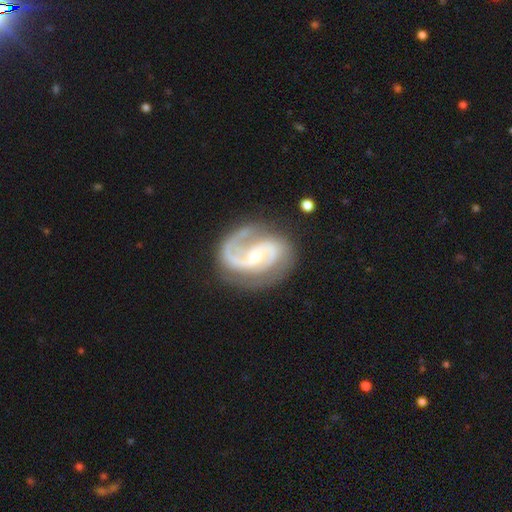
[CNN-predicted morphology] This appears to be a featured or disk galaxy (91%) with a weak bar (45%), 2 (87%) medium (57%) spiral arms (98%) and a small central bulge (57%). Merging: none (73%).